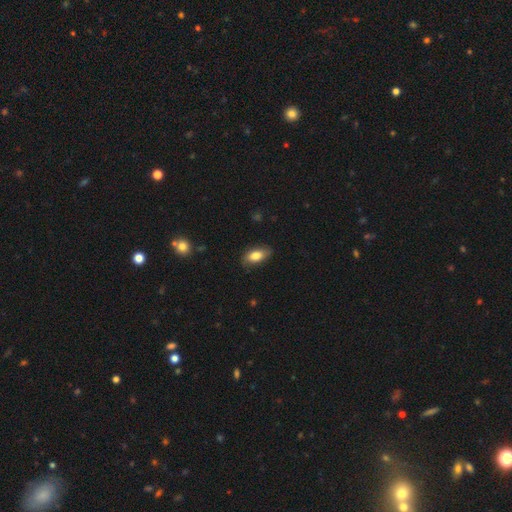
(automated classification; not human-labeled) smooth-or-featured: smooth: 82% | featured or disk: 12% | star or artifact: 7%
  how-rounded: in between: 88% | cigar-shaped: 8% | round: 4%
  merging: none: 83% | minor disturbance: 13% | major disturbance: 3% | merger: 1%